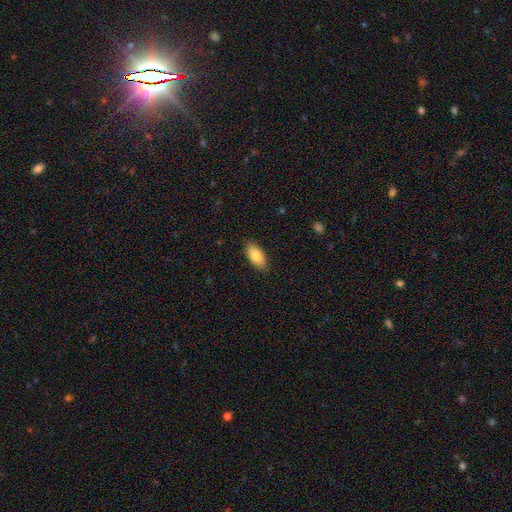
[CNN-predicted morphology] type=smooth (84%); roundness=in between (90%); merging=none (86%).